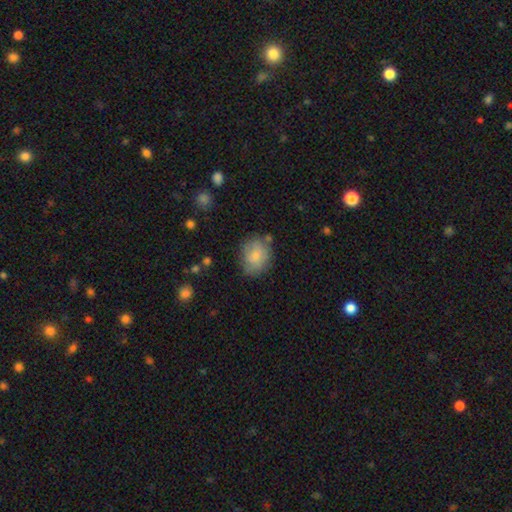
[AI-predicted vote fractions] Smooth or featured? smooth (74%)
How rounded? round (52%)
Merging? none (66%)